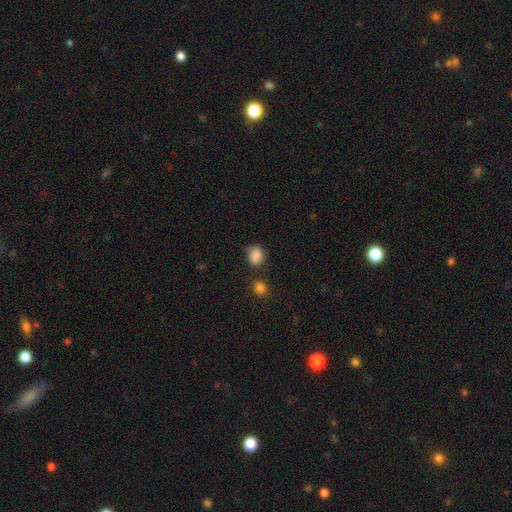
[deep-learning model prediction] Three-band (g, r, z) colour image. It shows a smooth galaxy with no disk features (85%) that is round (56%). Merging: none (67%).